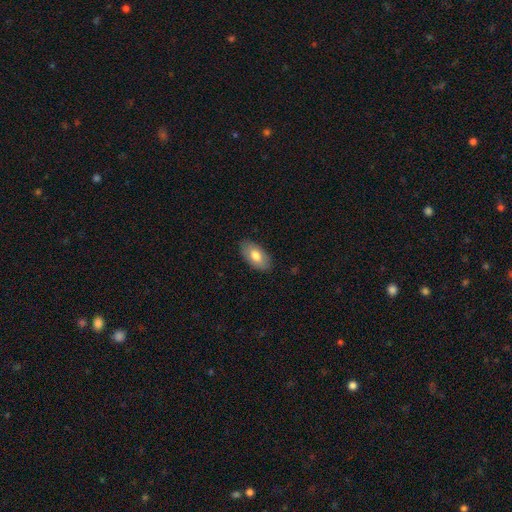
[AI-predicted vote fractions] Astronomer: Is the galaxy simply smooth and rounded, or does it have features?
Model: smooth — 75%.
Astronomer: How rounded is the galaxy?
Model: in between — 94%.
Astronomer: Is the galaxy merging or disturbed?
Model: none — 85%.